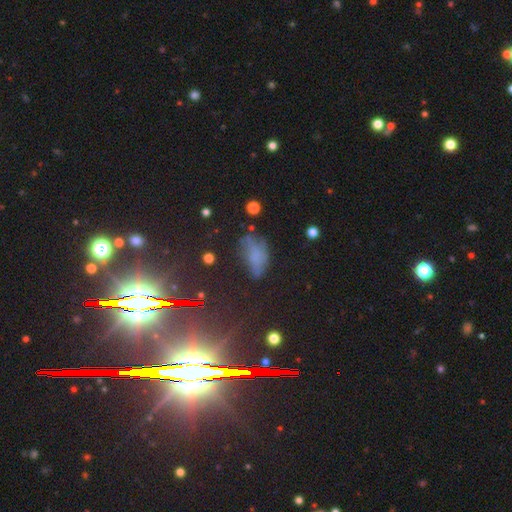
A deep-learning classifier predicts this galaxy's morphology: Smooth or featured? Predicted: smooth (p=0.50). How rounded? Predicted: in between (p=0.86). Merging? Predicted: none (p=0.42).